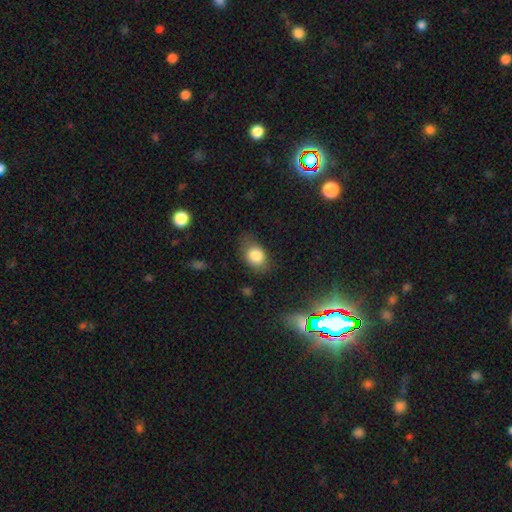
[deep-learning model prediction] Morphology: type=smooth (82%); roundness=in between (67%); merging=none (67%).